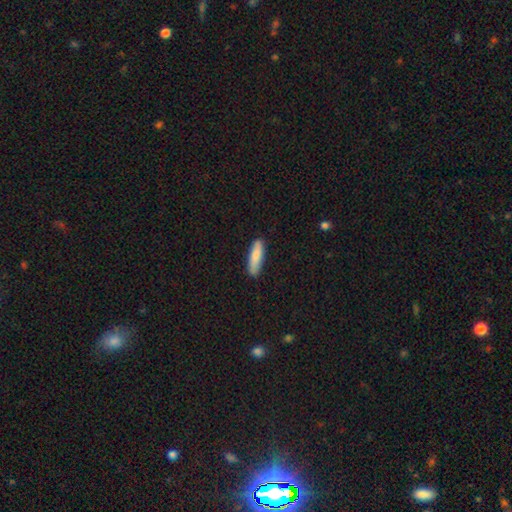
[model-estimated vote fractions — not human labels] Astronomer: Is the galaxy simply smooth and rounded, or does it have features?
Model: smooth — 85%.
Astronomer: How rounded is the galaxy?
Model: cigar-shaped — 66%.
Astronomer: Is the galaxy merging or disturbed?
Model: none — 85%.